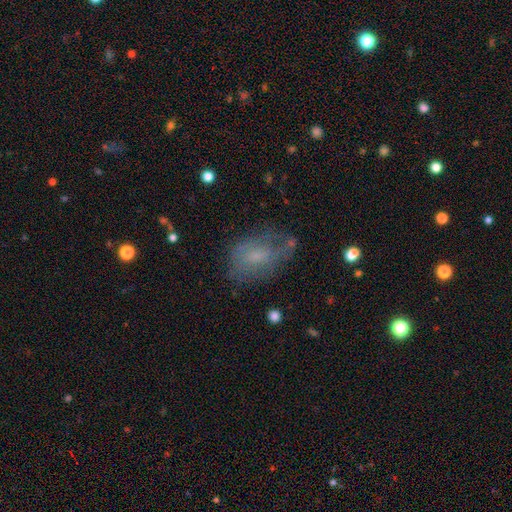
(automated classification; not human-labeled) This is possibly a smooth galaxy (57%). How rounded: clearly in between (82%). Merging: possibly none (51%).